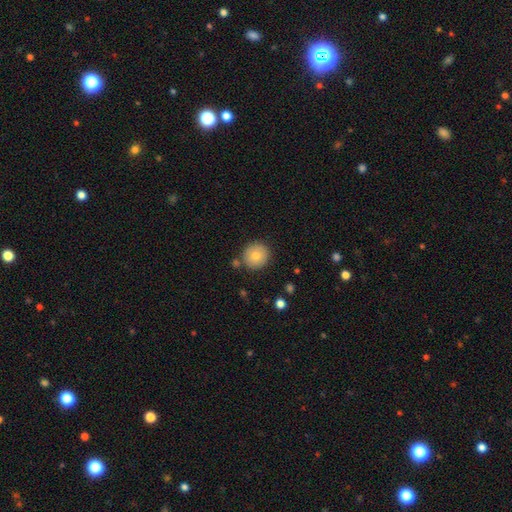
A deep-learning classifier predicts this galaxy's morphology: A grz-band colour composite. It shows a smooth galaxy with no disk features (80%) that is round (92%). Merging: none (84%).